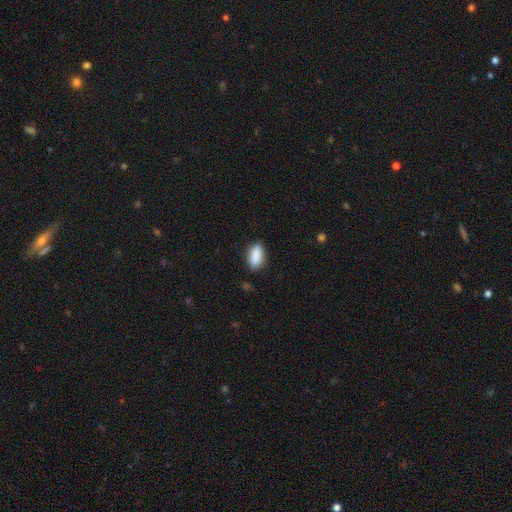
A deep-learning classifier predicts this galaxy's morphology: Smooth or featured: smooth — 88% (star or artifact — 7%)
How rounded: in between — 88% (cigar-shaped — 8%)
Merging: none — 84% (minor disturbance — 12%)